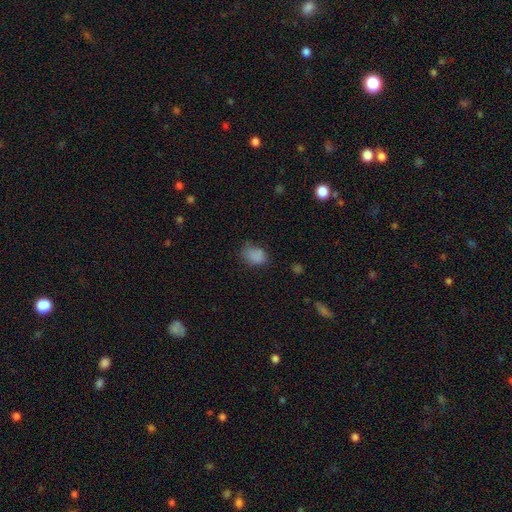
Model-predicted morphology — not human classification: Smooth or featured: smooth — 83% (star or artifact — 12%)
How rounded: in between — 75% (round — 24%)
Merging: none — 65% (minor disturbance — 25%)